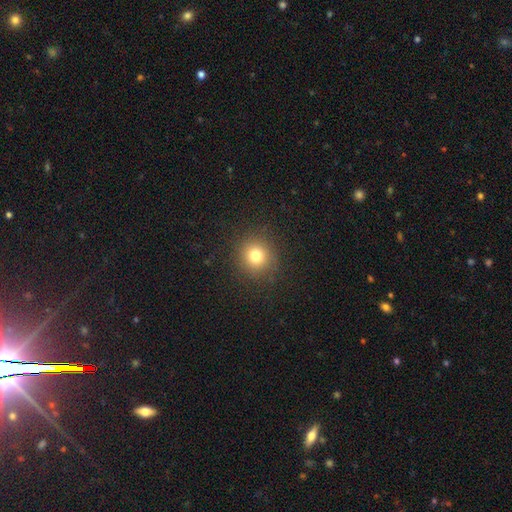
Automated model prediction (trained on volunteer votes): Q: Smooth or featured?
A: smooth (77%); runner-up: star or artifact (15%)
Q: How rounded?
A: round (91%); runner-up: in between (8%)
Q: Merging?
A: none (89%); runner-up: minor disturbance (7%)